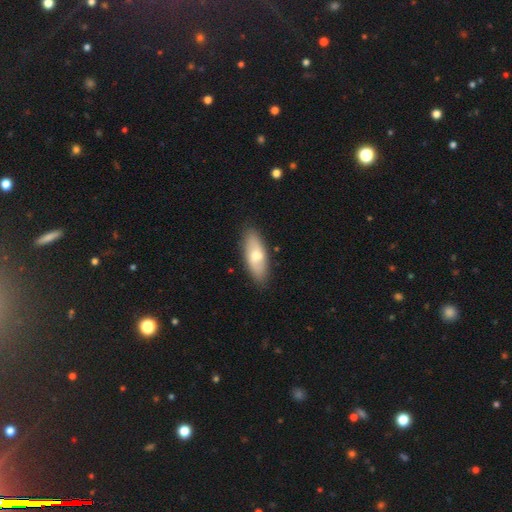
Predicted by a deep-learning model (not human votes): Smooth or featured: smooth — 64% (featured or disk — 30%)
How rounded: in between — 74% (cigar-shaped — 24%)
Merging: none — 85% (minor disturbance — 11%)